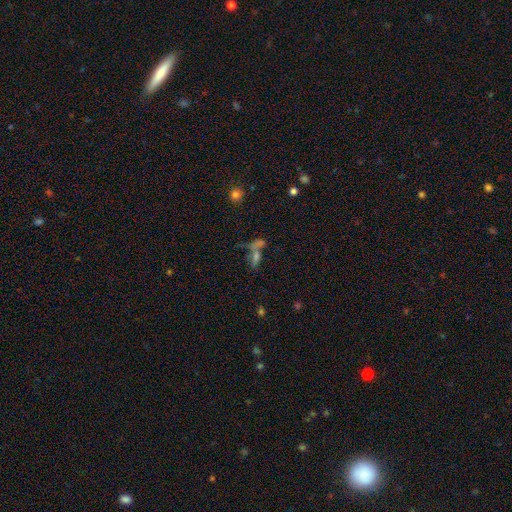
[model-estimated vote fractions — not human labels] Smooth or featured: smooth — 45% (star or artifact — 28%)
Merging: none — 41% (merger — 39%)